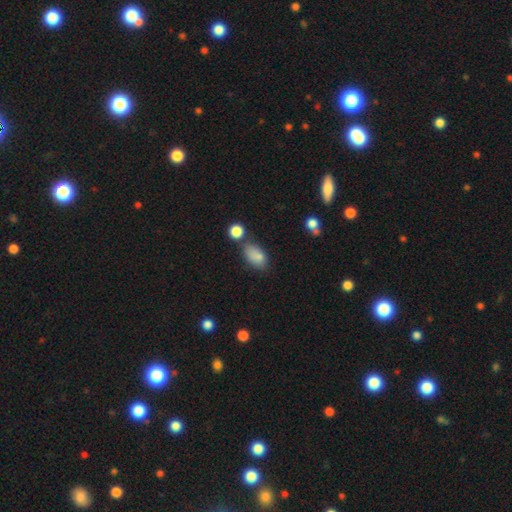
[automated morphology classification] The model was most divided on "merging": none: 58%, minor disturbance: 21%, merger: 14%, major disturbance: 7%. More confident: how rounded — in between (88%); smooth or featured — smooth (82%).